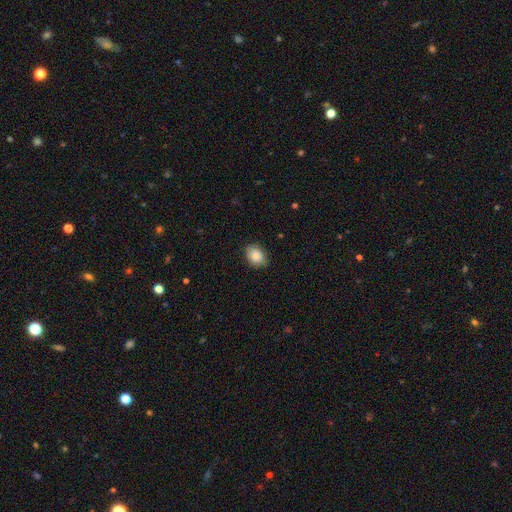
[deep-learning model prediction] Q: Smooth or featured?
A: smooth (83%); runner-up: featured or disk (10%)
Q: How rounded?
A: in between (66%); runner-up: round (33%)
Q: Merging?
A: none (85%); runner-up: minor disturbance (12%)